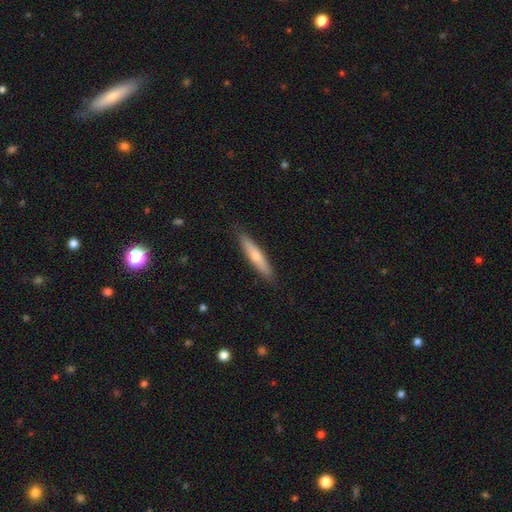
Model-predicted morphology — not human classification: A smooth galaxy with no disk features (60%) that is cigar-shaped (89%). Merging: none (88%).